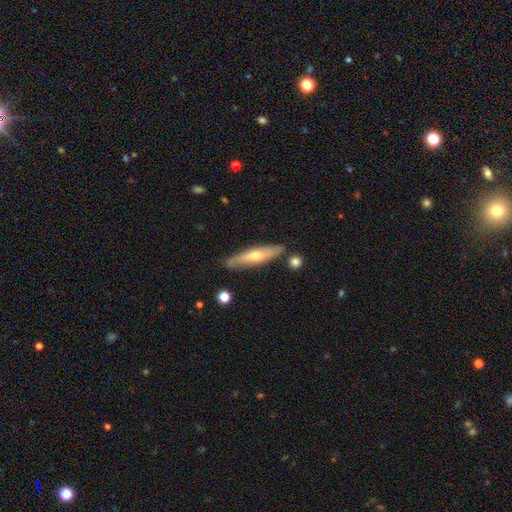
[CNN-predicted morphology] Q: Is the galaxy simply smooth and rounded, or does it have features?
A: featured or disk — 47%, tied with smooth.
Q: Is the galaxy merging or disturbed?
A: none — 82%.